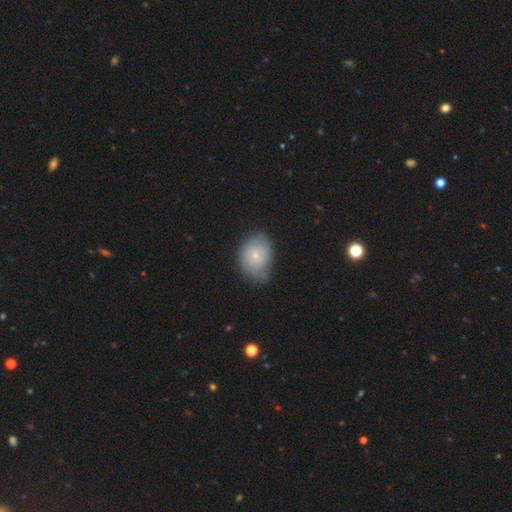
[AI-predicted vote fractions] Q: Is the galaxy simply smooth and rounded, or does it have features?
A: smooth — 67%.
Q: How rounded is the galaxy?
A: in between — 71%.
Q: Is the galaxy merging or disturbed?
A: none — 62%.